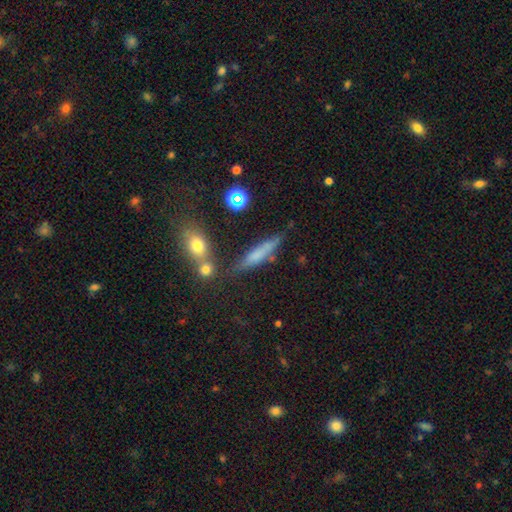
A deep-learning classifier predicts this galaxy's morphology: The model was most divided on "smooth or featured": smooth: 54%, featured or disk: 32%, star or artifact: 14%. More confident: how rounded — cigar-shaped (81%); merging — none (64%).